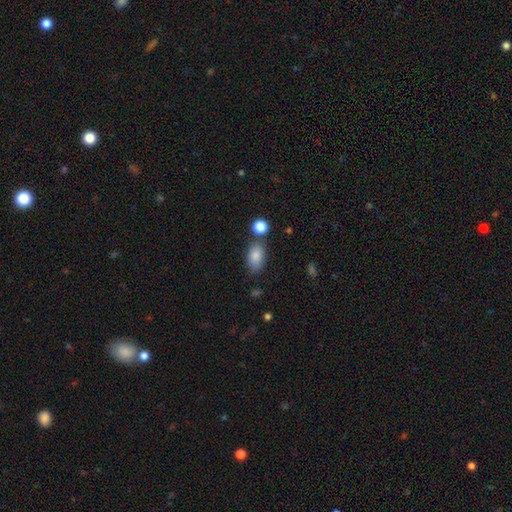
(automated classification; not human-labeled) Q: Smooth or featured?
A: smooth (85%); runner-up: star or artifact (8%)
Q: How rounded?
A: in between (90%); runner-up: round (8%)
Q: Merging?
A: none (69%); runner-up: minor disturbance (16%)